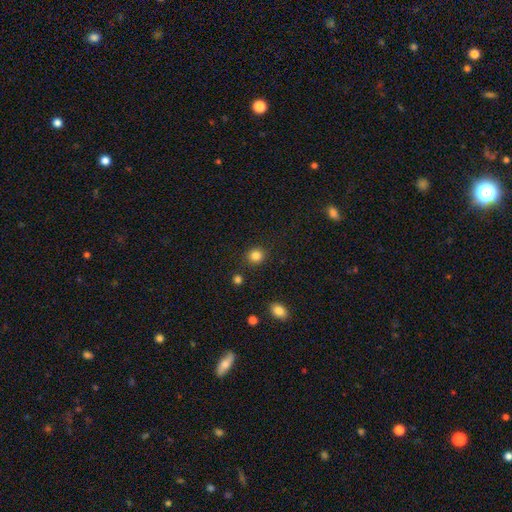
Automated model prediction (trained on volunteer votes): smooth_or_featured: smooth (p=0.84) [alt: star or artifact p=0.12]
how_rounded: round (p=0.87) [alt: in between p=0.12]
merging: none (p=0.89) [alt: minor disturbance p=0.07]